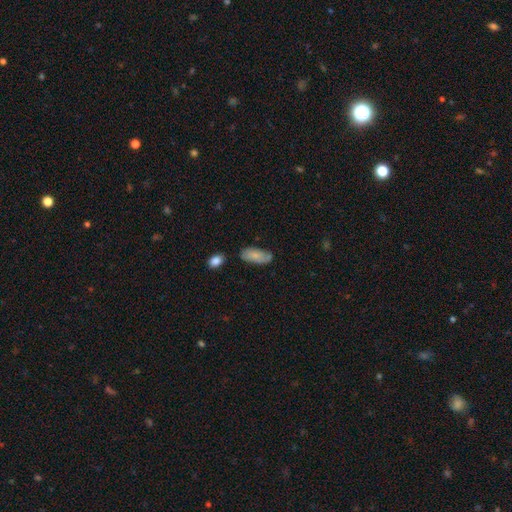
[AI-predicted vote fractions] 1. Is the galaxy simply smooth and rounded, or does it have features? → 76% smooth, 17% featured or disk, 6% star or artifact.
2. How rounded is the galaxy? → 87% in between, 10% cigar-shaped, 2% round.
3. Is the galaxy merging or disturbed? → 65% none, 24% minor disturbance, 6% merger, 5% major disturbance.